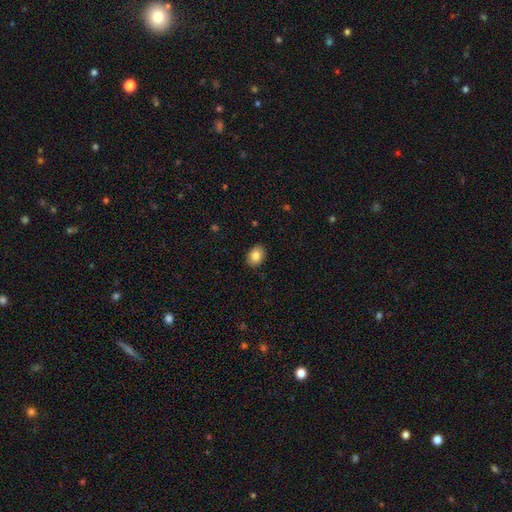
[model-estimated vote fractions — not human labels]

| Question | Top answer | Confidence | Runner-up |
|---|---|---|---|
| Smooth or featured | smooth | 84% | star or artifact (8%) |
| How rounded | in between | 70% | round (29%) |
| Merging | none | 88% | minor disturbance (9%) |